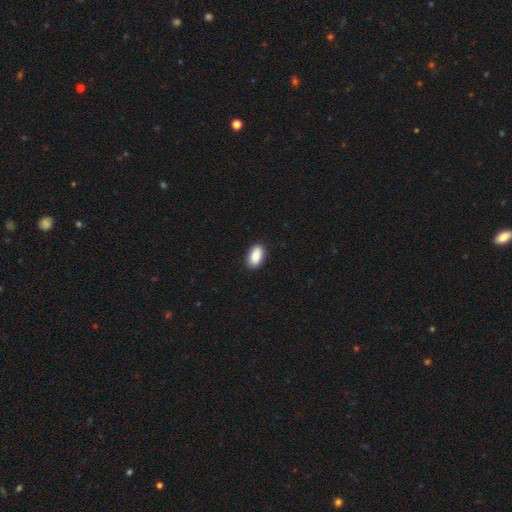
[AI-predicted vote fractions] Q: Smooth or featured?
A: smooth (88%); runner-up: star or artifact (6%)
Q: How rounded?
A: in between (93%); runner-up: round (5%)
Q: Merging?
A: none (90%); runner-up: minor disturbance (8%)